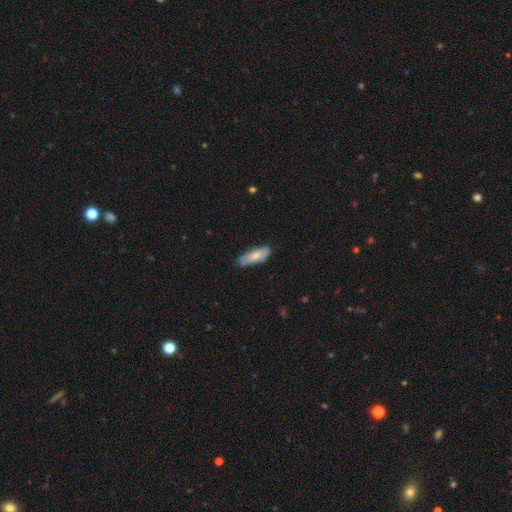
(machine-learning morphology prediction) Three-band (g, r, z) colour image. It shows a smooth galaxy with no disk features (75%) that is in between round and cigar-shaped (60%). Merging: none (72%).